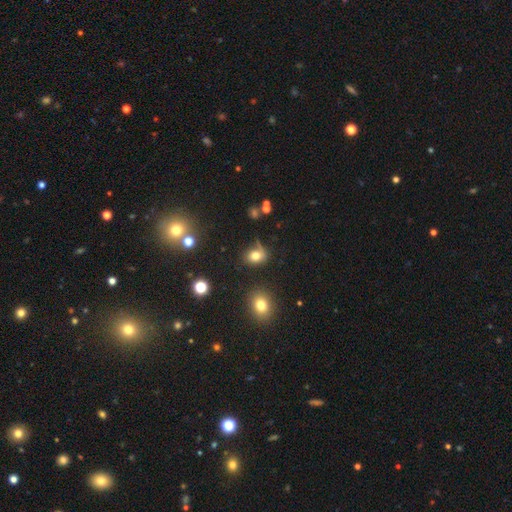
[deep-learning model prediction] Morphology: type=smooth (74%); roundness=in between (53%); merging=none (60%).